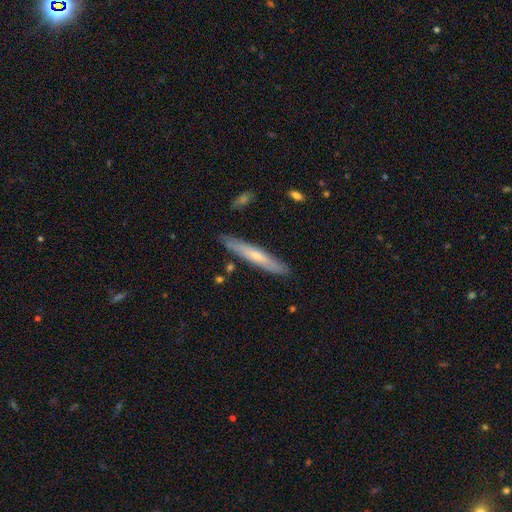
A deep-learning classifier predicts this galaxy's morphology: This appears to be a featured or disk galaxy (48%). Merging: none (85%).